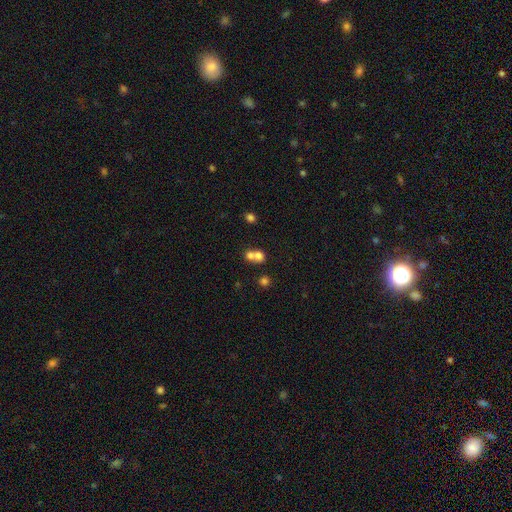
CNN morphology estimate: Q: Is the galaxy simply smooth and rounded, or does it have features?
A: smooth — 71%.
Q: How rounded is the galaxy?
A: round — 75%.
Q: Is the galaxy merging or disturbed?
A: merger — 62%.